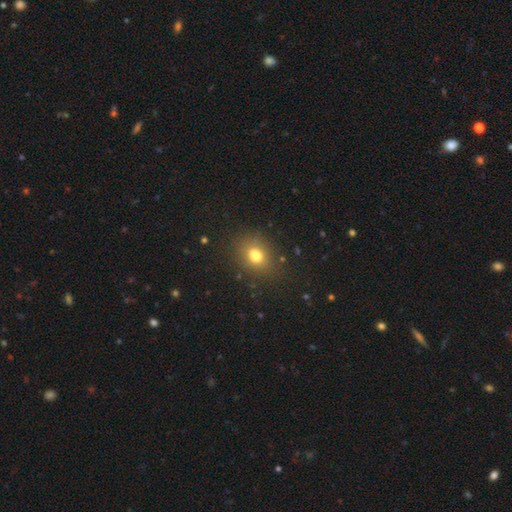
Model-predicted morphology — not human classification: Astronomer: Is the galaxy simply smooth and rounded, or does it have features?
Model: smooth — 76%.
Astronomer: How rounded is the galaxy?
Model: round — 52% (runner-up: in between, 47%).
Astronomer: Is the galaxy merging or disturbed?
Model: none — 83%.